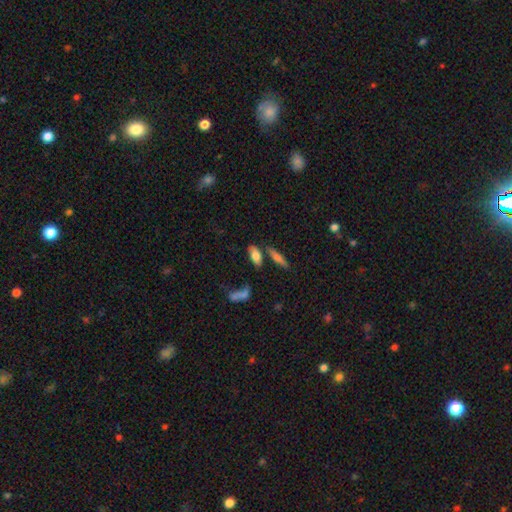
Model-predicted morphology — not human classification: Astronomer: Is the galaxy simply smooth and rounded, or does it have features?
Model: smooth — 74%.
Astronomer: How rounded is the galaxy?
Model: in between — 75%.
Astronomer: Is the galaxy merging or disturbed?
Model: none — 67%.